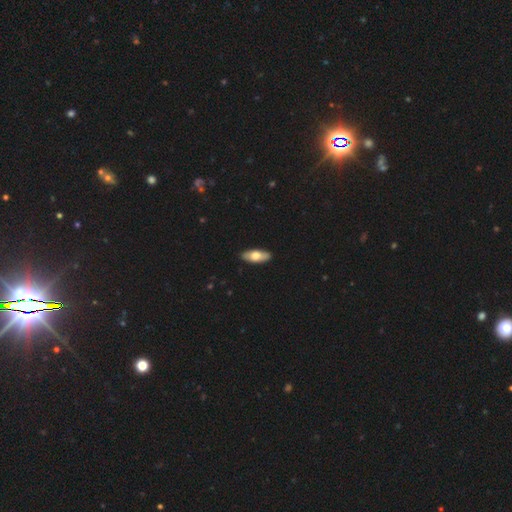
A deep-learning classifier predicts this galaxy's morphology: type=smooth (68%); roundness=in between (78%); merging=none (90%).